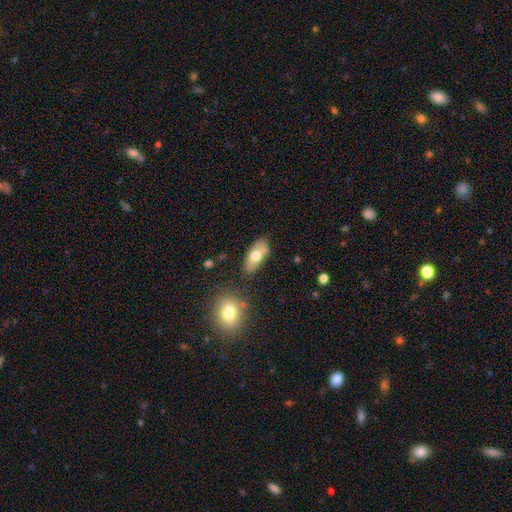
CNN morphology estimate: A smooth galaxy with no disk features (69%) that is in between round and cigar-shaped (85%). Merging: none (71%).